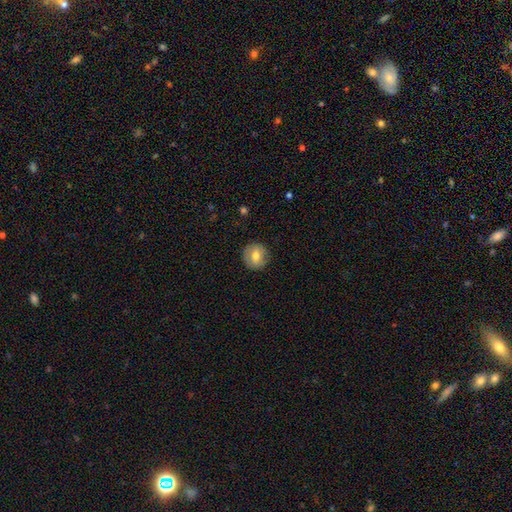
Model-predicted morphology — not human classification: Overall: smooth (69%). How rounded: round (91%). Merging: none (88%).